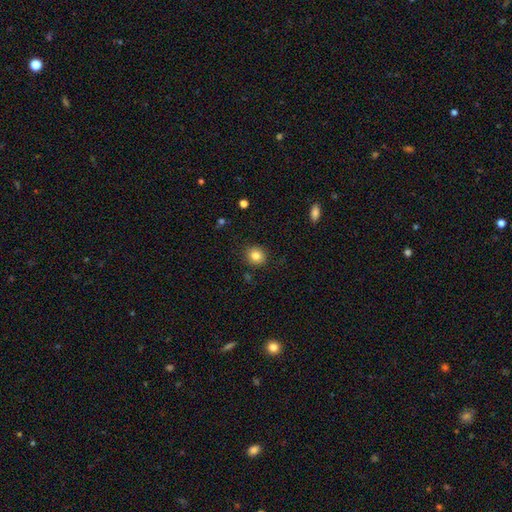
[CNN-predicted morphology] A smooth galaxy with no disk features (83%) that is round (86%).

Vote fractions:
- Smooth or featured? smooth: 83% / star or artifact: 11% / featured or disk: 6%
- How rounded? round: 86% / in between: 13% / cigar-shaped: 1%
- Merging? none: 88% / minor disturbance: 8% / major disturbance: 2% / merger: 2%